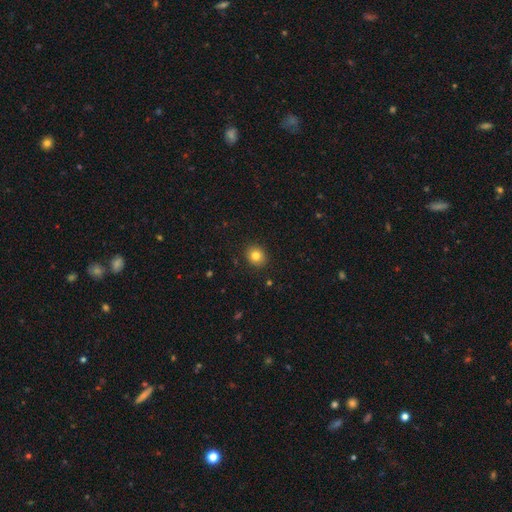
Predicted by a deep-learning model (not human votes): Morphology: type=smooth (81%); roundness=round (75%); merging=none (91%).